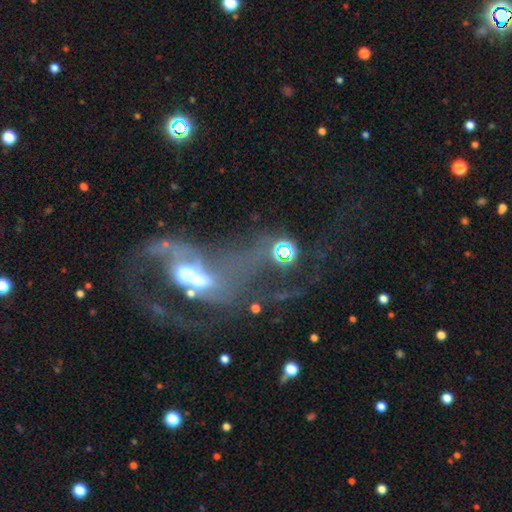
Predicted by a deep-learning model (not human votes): Smooth or featured: featured or disk — 72% (smooth — 15%)
Edge-on disk: no — 94% (yes — 6%)
Bar: no — 48% (weak — 34%)
Spiral arms: yes — 68% (no — 32%)
Bulge size: moderate — 53% (small — 21%)
Merging: merger — 57% (major disturbance — 26%)